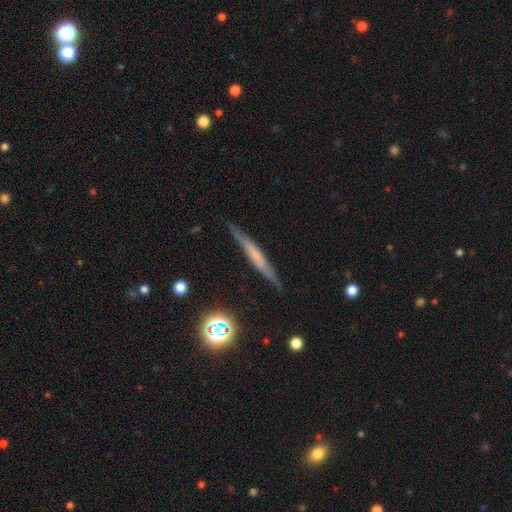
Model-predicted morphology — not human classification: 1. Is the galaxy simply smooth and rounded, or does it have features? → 54% featured or disk, 37% smooth, 10% star or artifact.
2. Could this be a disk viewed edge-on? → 95% yes, 5% no.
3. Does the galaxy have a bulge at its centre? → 54% none, 27% rounded, 19% boxy.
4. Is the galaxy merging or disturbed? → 86% none, 10% minor disturbance, 2% major disturbance, 1% merger.